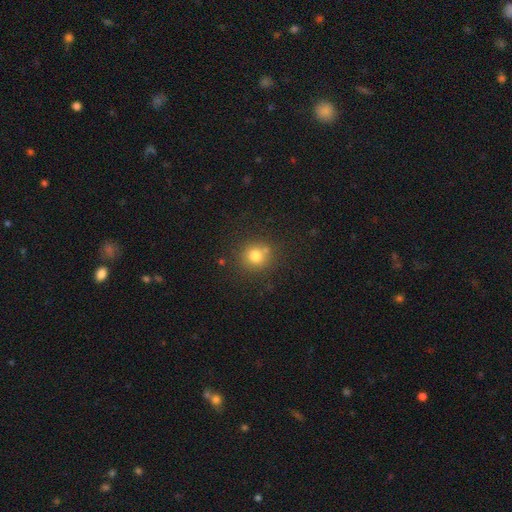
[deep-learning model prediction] Smooth or featured? Predicted: smooth (p=0.77). How rounded? Predicted: round (p=0.90). Merging? Predicted: none (p=0.73).